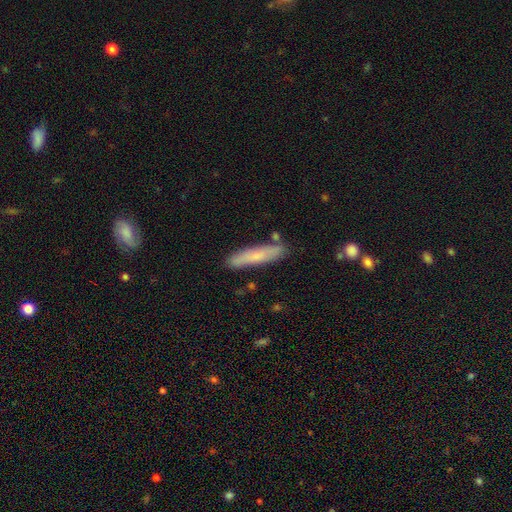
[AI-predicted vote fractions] A smooth galaxy with no disk features (69%) that is cigar-shaped (89%). Merging: none (84%).